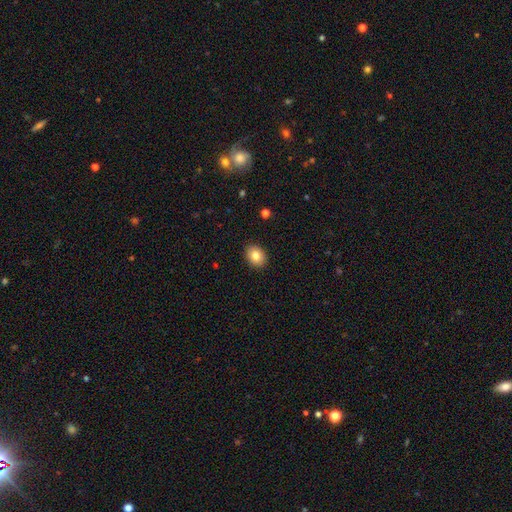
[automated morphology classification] Overall: smooth (82%). How rounded: in between (52%; round 48%). Merging: none (91%).